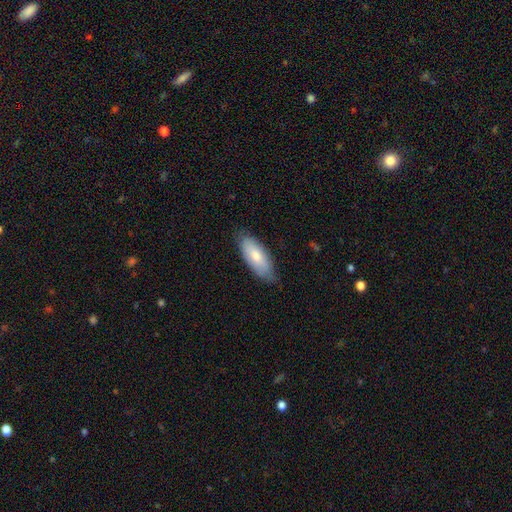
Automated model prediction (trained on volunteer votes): Smooth or featured? Predicted: smooth (p=0.74). How rounded? Predicted: in between (p=0.82). Merging? Predicted: none (p=0.73).